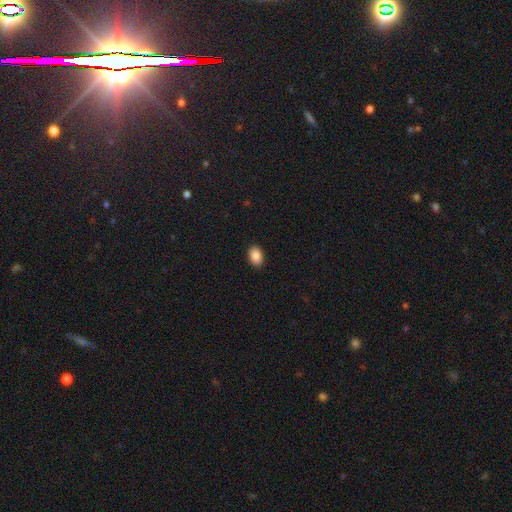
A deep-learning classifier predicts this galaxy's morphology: This is clearly a smooth galaxy (88%). How rounded: clearly in between (86%). Merging: clearly none (91%).